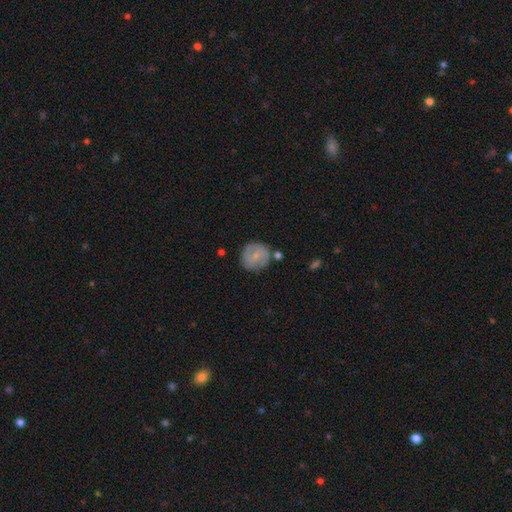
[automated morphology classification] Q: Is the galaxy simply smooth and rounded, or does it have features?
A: featured or disk — 51%.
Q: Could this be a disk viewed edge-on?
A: no — 97%.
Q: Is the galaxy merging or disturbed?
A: none — 76%.